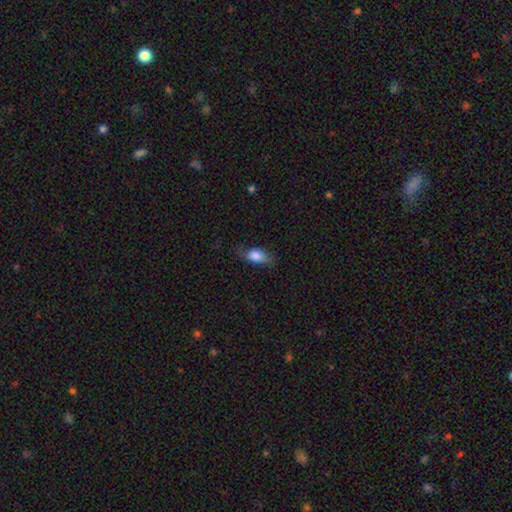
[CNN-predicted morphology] smooth-or-featured: smooth: 79% | featured or disk: 14% | star or artifact: 8%
  how-rounded: in between: 86% | cigar-shaped: 8% | round: 6%
  merging: none: 61% | minor disturbance: 26% | major disturbance: 11% | merger: 1%